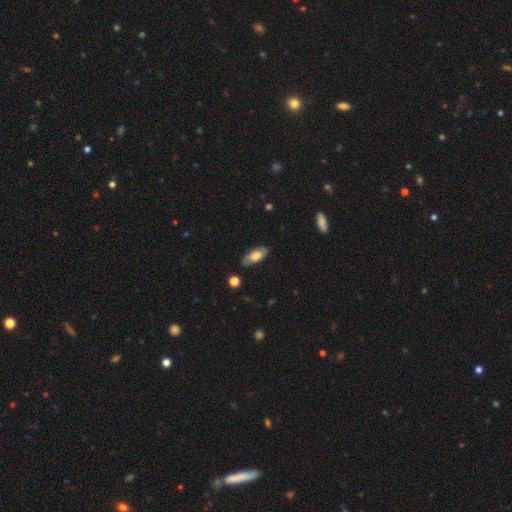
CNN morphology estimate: smooth-or-featured: smooth: 59% | featured or disk: 34% | star or artifact: 6%
  how-rounded: in between: 86% | cigar-shaped: 11% | round: 3%
  merging: none: 81% | minor disturbance: 14% | major disturbance: 3% | merger: 2%